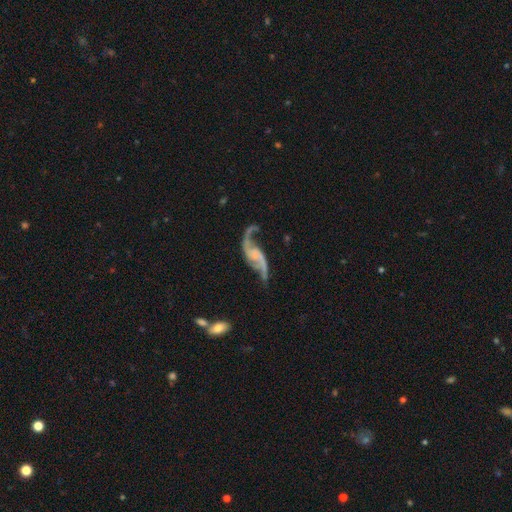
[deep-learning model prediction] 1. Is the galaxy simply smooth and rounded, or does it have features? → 89% featured or disk, 6% smooth, 5% star or artifact.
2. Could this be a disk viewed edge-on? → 96% no, 4% yes.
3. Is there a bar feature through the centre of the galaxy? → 54% no, 34% weak, 13% strong.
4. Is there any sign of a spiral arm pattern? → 96% yes, 4% no.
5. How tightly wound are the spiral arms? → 88% loose, 9% medium, 2% tight.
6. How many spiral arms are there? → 92% 2, 3% 1, 2% can't tell, 1% 3, 1% 4, 1% more than 4.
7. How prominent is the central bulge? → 62% none, 24% small, 9% moderate, 4% large, 2% dominant.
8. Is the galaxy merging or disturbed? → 60% none, 18% minor disturbance, 16% major disturbance, 5% merger.